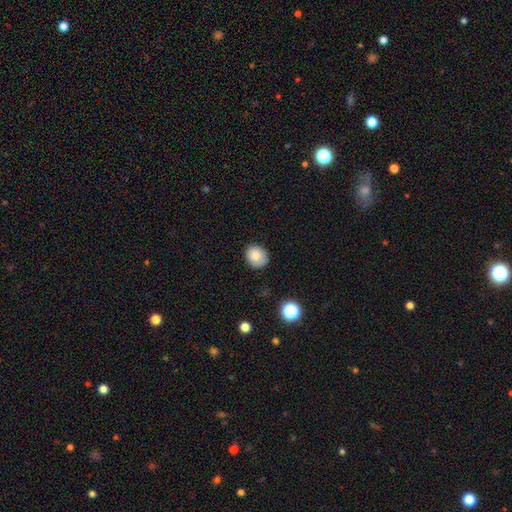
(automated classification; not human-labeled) A smooth galaxy with no disk features (83%) that is round (66%). Merging: none (81%).